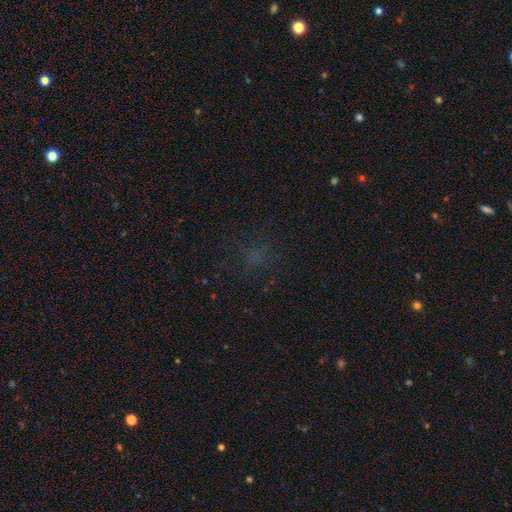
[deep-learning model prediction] Morphology: type=star or artifact (47%).